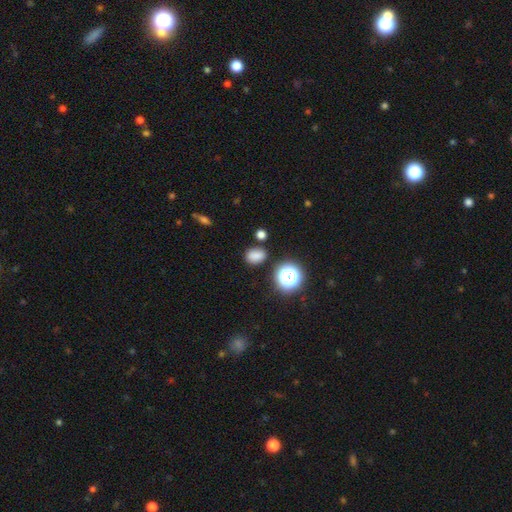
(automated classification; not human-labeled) smooth_or_featured: smooth (p=0.78) [alt: star or artifact p=0.16]
how_rounded: in between (p=0.65) [alt: round p=0.34]
merging: none (p=0.79) [alt: minor disturbance p=0.12]